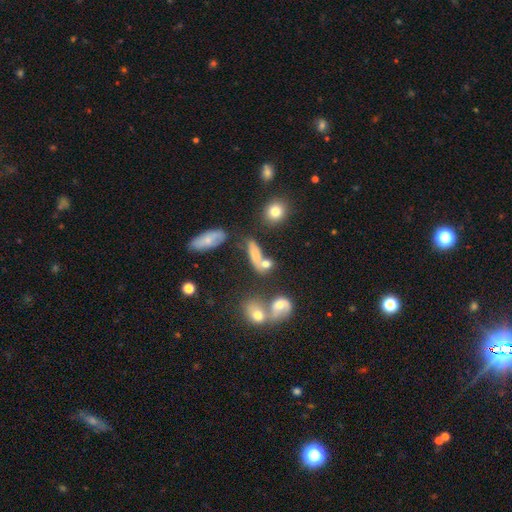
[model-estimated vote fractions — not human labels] Morphology: type=smooth (57%); roundness=in between (57%); merging=merger (37%).